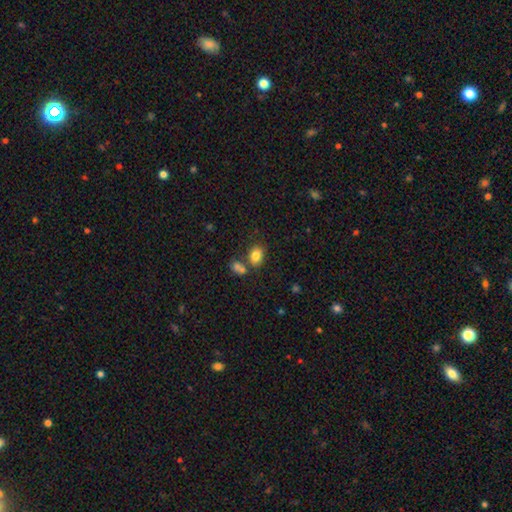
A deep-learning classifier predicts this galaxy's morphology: smooth 82%, star or artifact 10%, featured or disk 8%. Down the decision tree: how rounded — in between (70%); merging — none (63%).